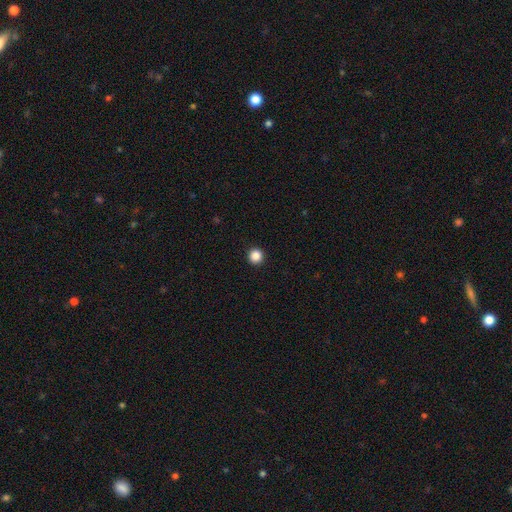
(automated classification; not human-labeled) smooth 87%, star or artifact 11%, featured or disk 3%. Down the decision tree: how rounded — round (96%); merging — none (94%).